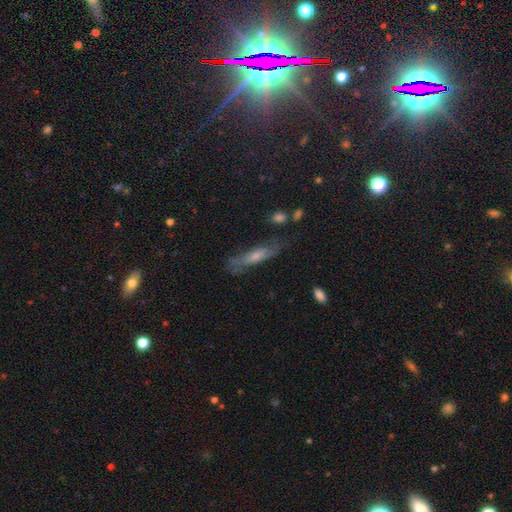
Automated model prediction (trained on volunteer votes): Morphology: type=featured or disk (50%); merging=none (68%).